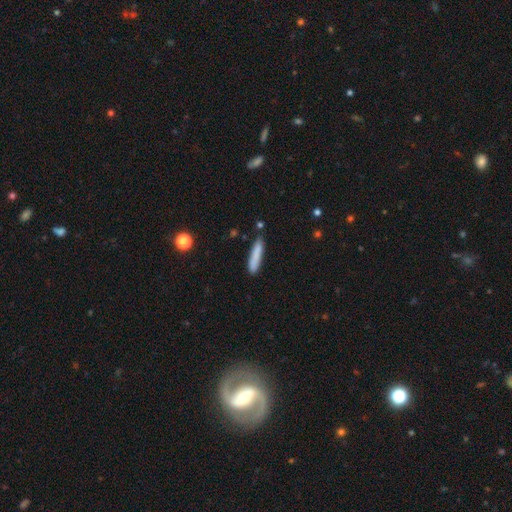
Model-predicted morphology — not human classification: The model was most divided on "merging": none: 80%, minor disturbance: 14%, merger: 3%, major disturbance: 3%. More confident: how rounded — cigar-shaped (87%); smooth or featured — smooth (83%).